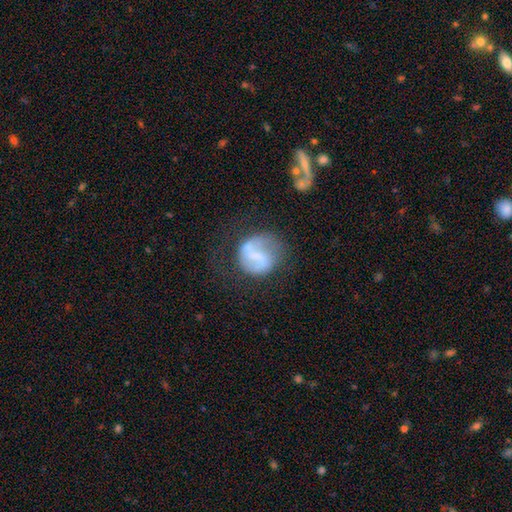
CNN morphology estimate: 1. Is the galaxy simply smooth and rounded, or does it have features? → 66% featured or disk, 26% smooth, 7% star or artifact.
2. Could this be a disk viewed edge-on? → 98% no, 2% yes.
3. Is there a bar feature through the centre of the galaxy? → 45% weak, 31% strong, 23% no.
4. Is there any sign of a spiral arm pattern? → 85% yes, 15% no.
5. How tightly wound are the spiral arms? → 43% loose, 41% medium, 16% tight.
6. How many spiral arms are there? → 77% 2, 12% 1, 7% can't tell, 1% 3, 1% 4, 1% more than 4.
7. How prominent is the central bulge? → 47% none, 31% small, 16% moderate, 4% large, 2% dominant.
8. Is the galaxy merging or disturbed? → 55% none, 22% minor disturbance, 19% major disturbance, 4% merger.